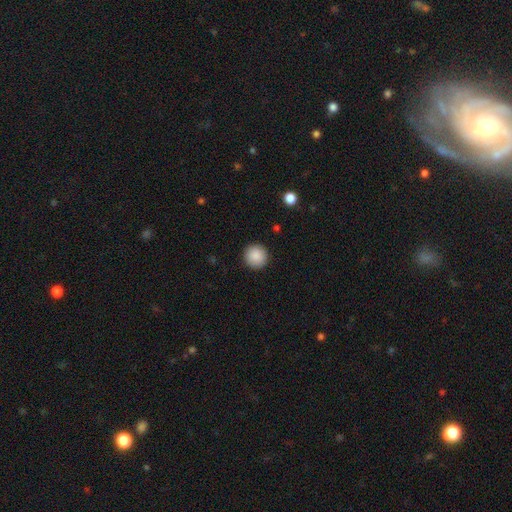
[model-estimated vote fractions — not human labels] This appears to be a smooth galaxy with no disk features (89%) that is round (96%). Merging: none (92%).